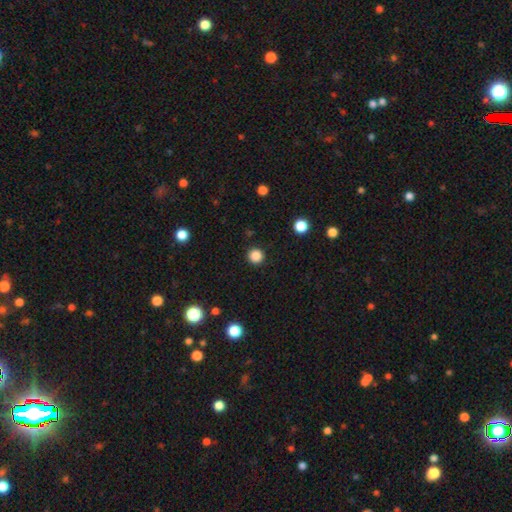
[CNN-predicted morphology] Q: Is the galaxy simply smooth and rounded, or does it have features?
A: smooth — 85%.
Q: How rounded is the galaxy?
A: round — 95%.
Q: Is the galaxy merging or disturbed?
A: none — 92%.